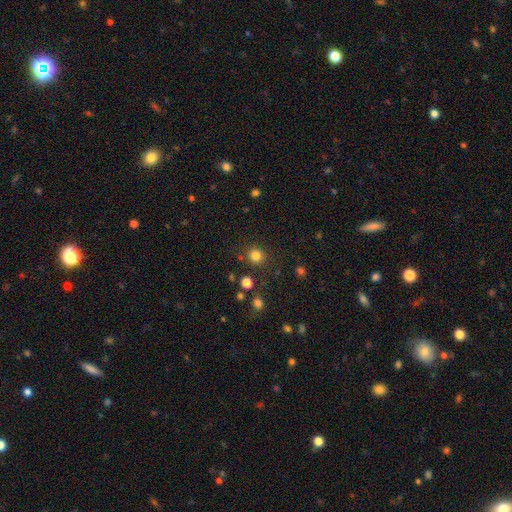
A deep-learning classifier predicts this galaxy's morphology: smooth-or-featured: smooth: 82% | star or artifact: 14% | featured or disk: 5%
  how-rounded: round: 91% | in between: 8% | cigar-shaped: 1%
  merging: none: 86% | minor disturbance: 7% | merger: 4% | major disturbance: 3%